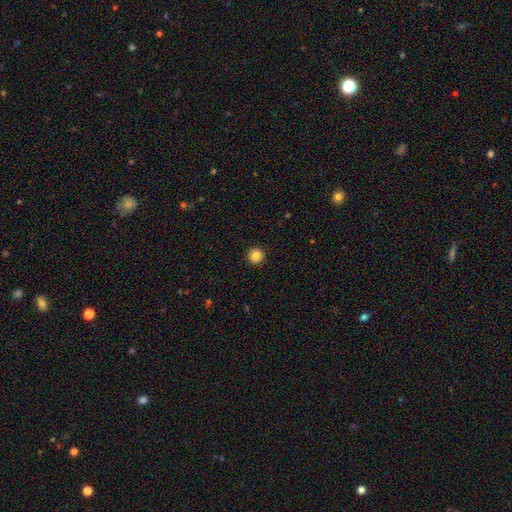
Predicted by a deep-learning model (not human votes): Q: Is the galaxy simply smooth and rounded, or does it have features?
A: smooth — 84%.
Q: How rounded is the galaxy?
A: round — 96%.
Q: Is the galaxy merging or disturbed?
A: none — 93%.